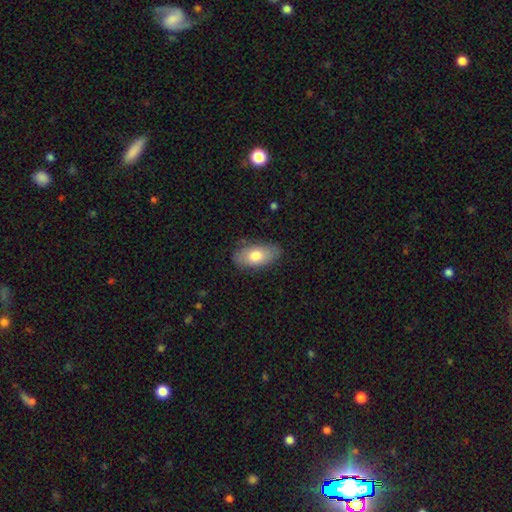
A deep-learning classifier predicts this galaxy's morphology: This appears to be a smooth galaxy with no disk features (75%) that is in between round and cigar-shaped (92%). Merging: none (79%).